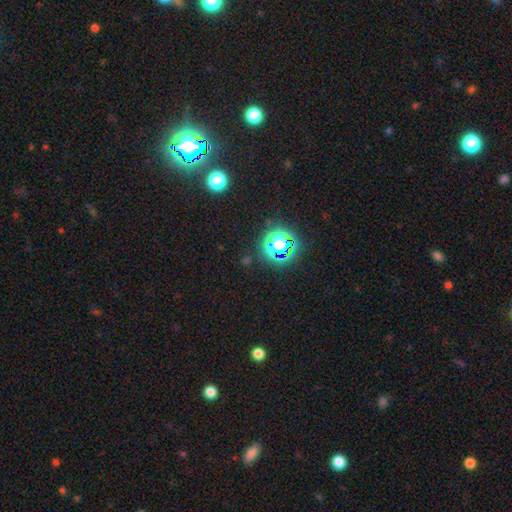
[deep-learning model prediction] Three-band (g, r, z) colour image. It shows a star or artifact, not a galaxy (78%).